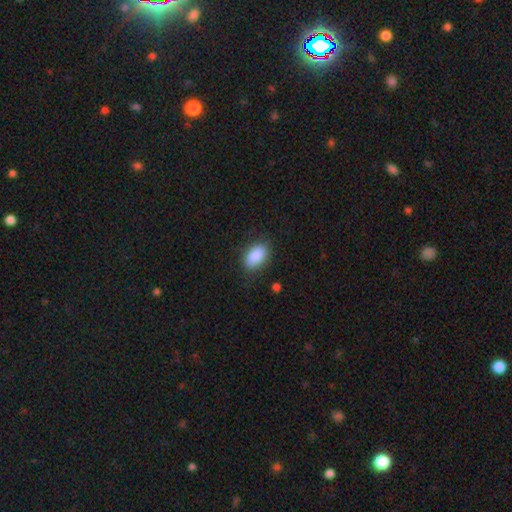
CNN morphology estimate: Smooth or featured? Predicted: smooth (p=0.88). How rounded? Predicted: in between (p=0.90). Merging? Predicted: none (p=0.81).